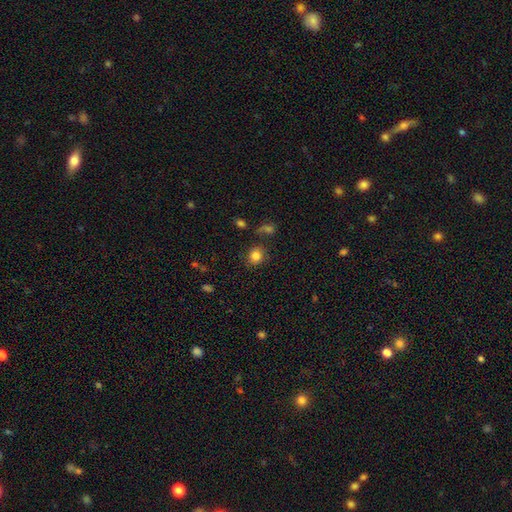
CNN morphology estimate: type=smooth (83%); roundness=round (79%); merging=none (77%).